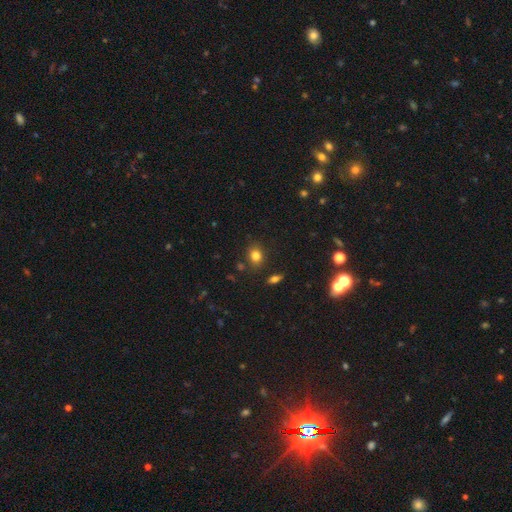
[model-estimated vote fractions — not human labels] Morphology: type=smooth (80%); roundness=round (60%); merging=none (81%).